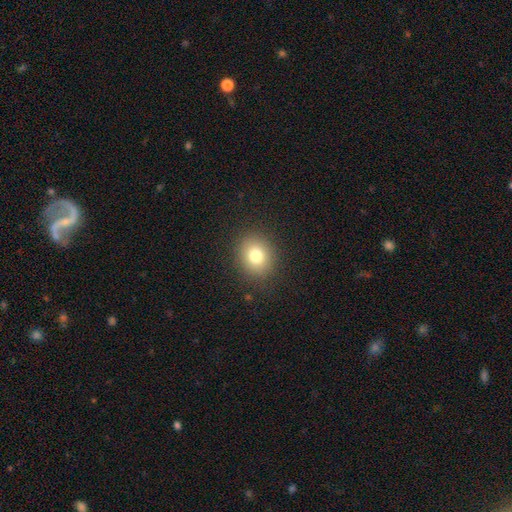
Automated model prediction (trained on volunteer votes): Overall: smooth (79%). How rounded: round (67%; in between 32%). Merging: none (88%).